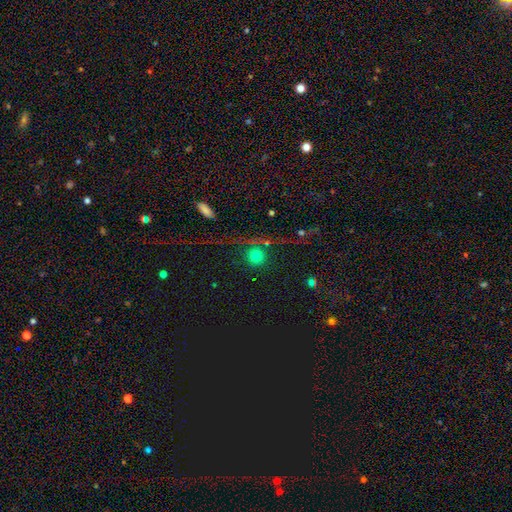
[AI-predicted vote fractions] Smooth or featured? Predicted: smooth (p=0.69). How rounded? Predicted: round (p=0.93). Merging? Predicted: none (p=0.71).